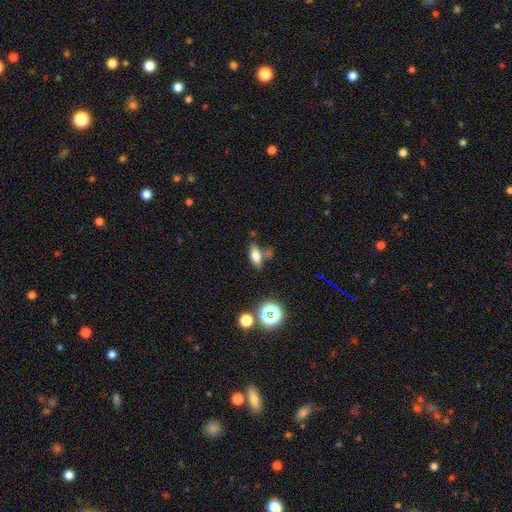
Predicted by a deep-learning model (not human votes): This appears to be a smooth galaxy with no disk features (71%) that is in between round and cigar-shaped (79%). Merging: none (65%).